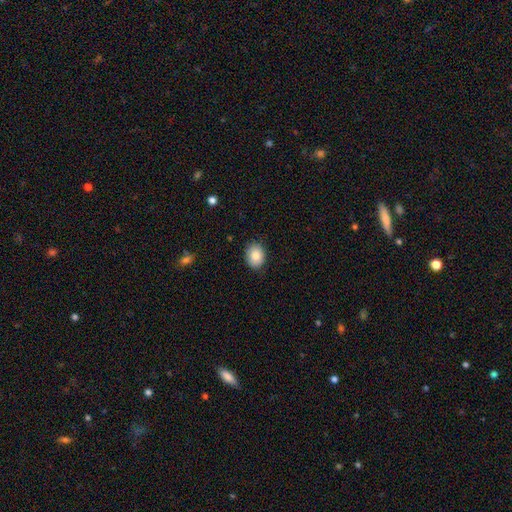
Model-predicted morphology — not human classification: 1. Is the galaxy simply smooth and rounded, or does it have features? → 86% smooth, 8% star or artifact, 6% featured or disk.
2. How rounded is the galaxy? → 60% in between, 39% round, 1% cigar-shaped.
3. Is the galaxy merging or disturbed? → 87% none, 10% minor disturbance, 2% major disturbance, 1% merger.